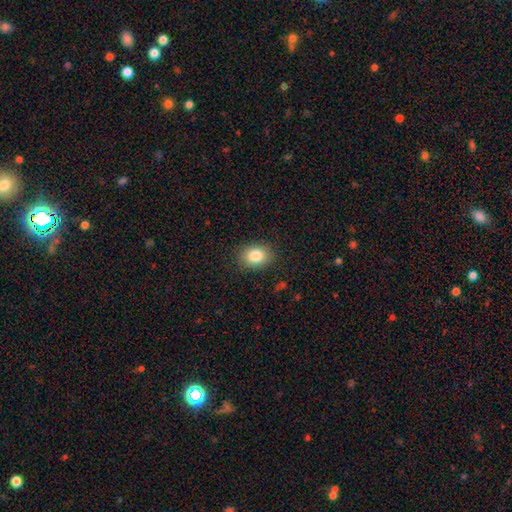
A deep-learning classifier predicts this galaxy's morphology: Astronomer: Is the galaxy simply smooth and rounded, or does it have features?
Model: smooth — 85%.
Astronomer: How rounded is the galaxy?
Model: in between — 64%.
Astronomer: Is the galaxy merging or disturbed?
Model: none — 86%.